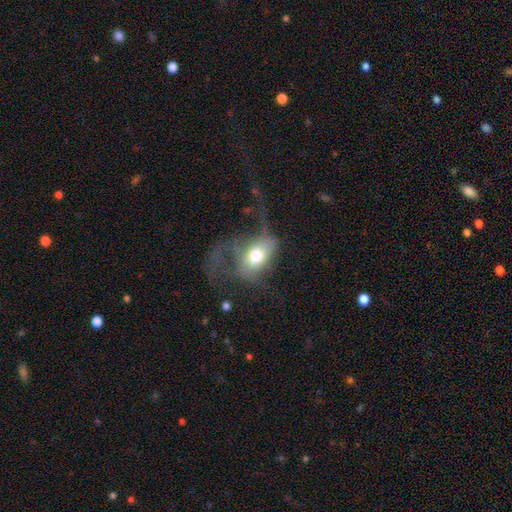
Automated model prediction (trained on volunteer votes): The model was most divided on "smooth or featured": smooth: 56%, featured or disk: 34%, star or artifact: 10%. More confident: how rounded — in between (74%); merging — major disturbance (61%).